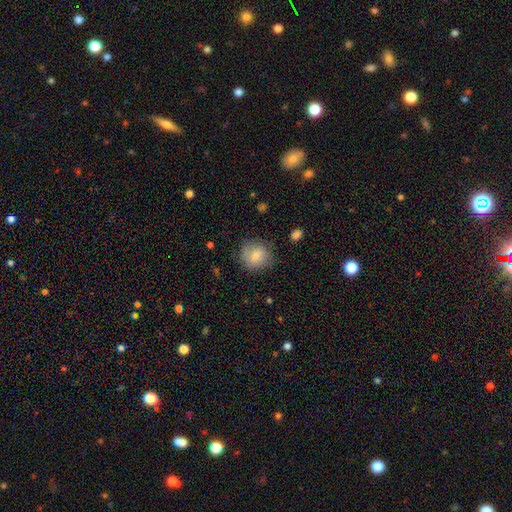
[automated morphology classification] smooth-or-featured: smooth: 79% | featured or disk: 13% | star or artifact: 7%
  how-rounded: round: 83% | in between: 16% | cigar-shaped: 1%
  merging: none: 73% | minor disturbance: 19% | major disturbance: 6% | merger: 1%